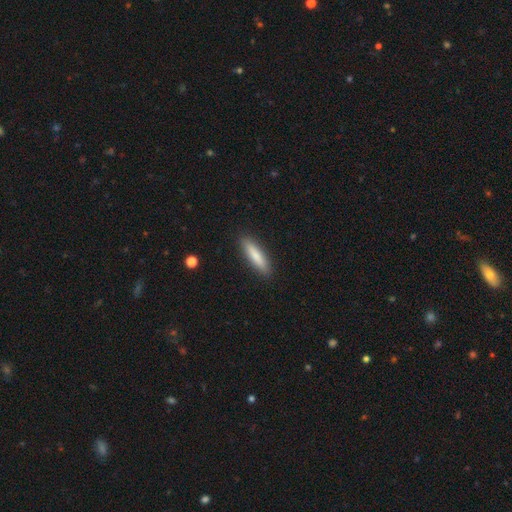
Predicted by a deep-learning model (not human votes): Smooth or featured? smooth (80%)
How rounded? cigar-shaped (79%)
Merging? none (90%)